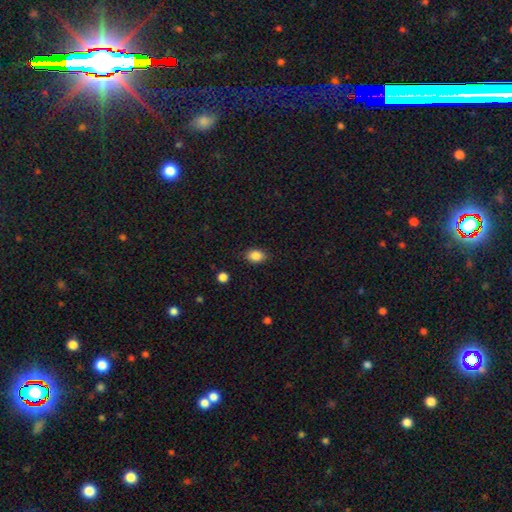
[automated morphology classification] type=smooth (86%); roundness=in between (66%); merging=none (85%).